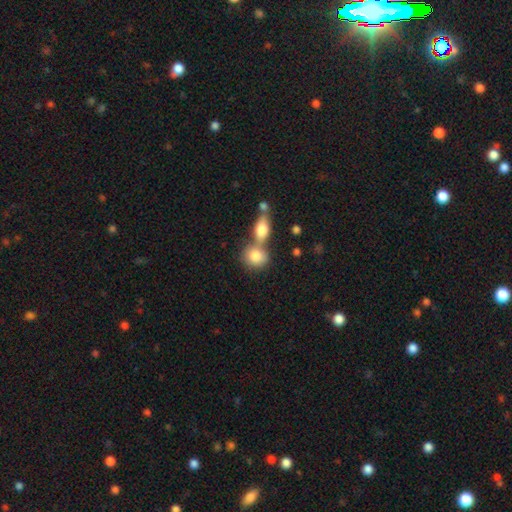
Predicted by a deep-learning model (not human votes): Smooth or featured? Predicted: smooth (p=0.82). How rounded? Predicted: round (p=0.59). Merging? Predicted: merger (p=0.50).